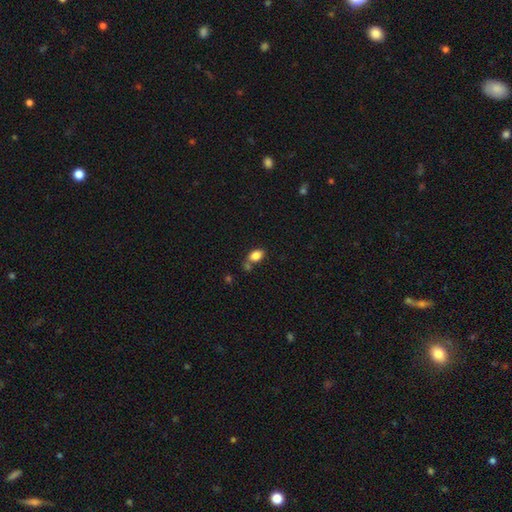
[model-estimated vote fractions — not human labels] A smooth galaxy with no disk features (84%) that is in between round and cigar-shaped (86%). Merging: none (59%).